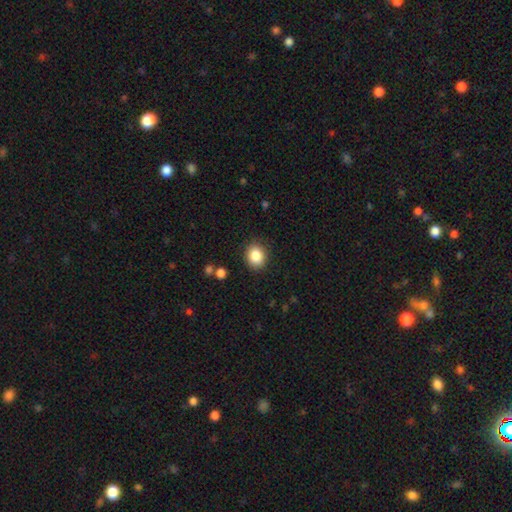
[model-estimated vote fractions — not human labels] A smooth galaxy with no disk features (86%) that is round (64%). Merging: none (88%).